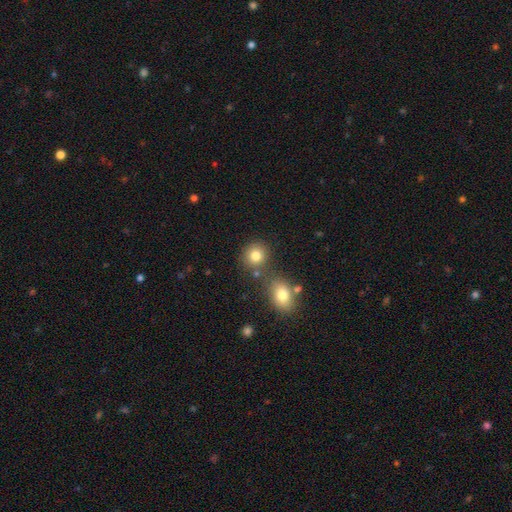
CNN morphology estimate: This is clearly a smooth galaxy (81%). How rounded: clearly round (83%). Merging: likely none (70%).